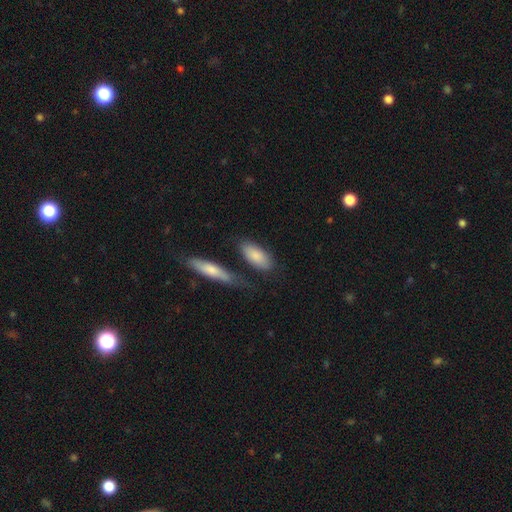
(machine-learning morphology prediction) Smooth or featured? Predicted: smooth (p=0.82). How rounded? Predicted: in between (p=0.84). Merging? Predicted: none (p=0.65).